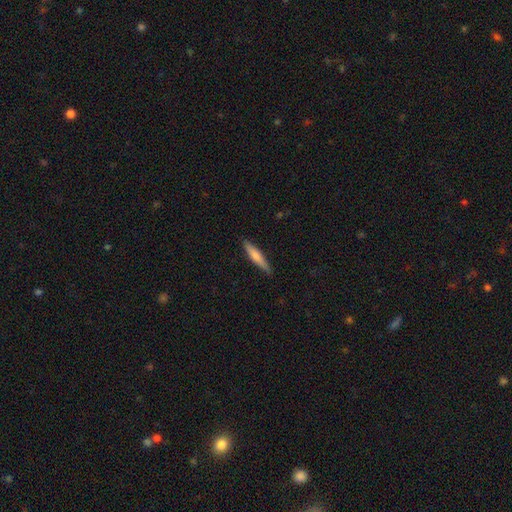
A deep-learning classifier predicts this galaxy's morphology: Smooth or featured: smooth — 68% (featured or disk — 26%)
How rounded: cigar-shaped — 89% (in between — 9%)
Merging: none — 87% (minor disturbance — 10%)